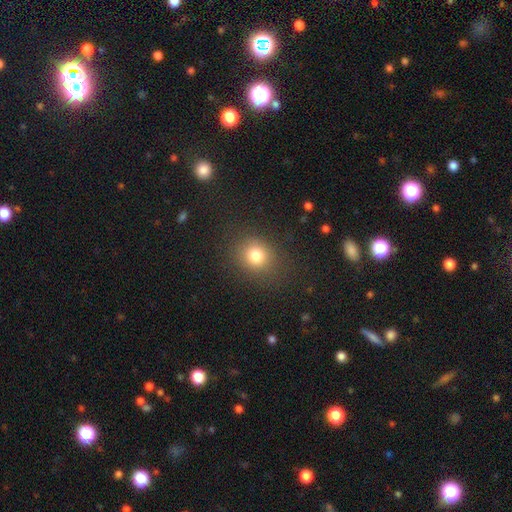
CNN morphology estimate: The model was most divided on "how rounded": round: 72%, in between: 27%, cigar-shaped: 1%. More confident: merging — none (84%); smooth or featured — smooth (79%).